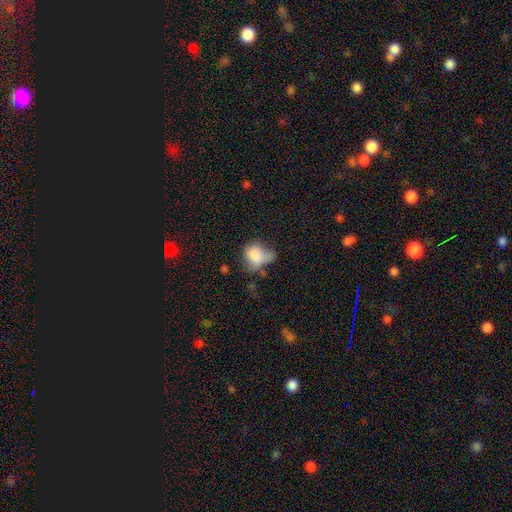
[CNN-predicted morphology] smooth-or-featured: smooth: 75% | featured or disk: 14% | star or artifact: 10%
  how-rounded: in between: 63% | round: 35% | cigar-shaped: 1%
  merging: major disturbance: 30% | minor disturbance: 29% | none: 25% | merger: 16%